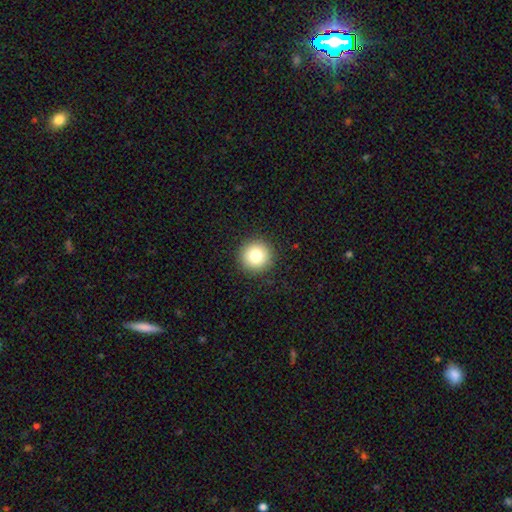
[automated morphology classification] smooth 81%, star or artifact 10%, featured or disk 8%. Down the decision tree: how rounded — round (95%); merging — none (92%).